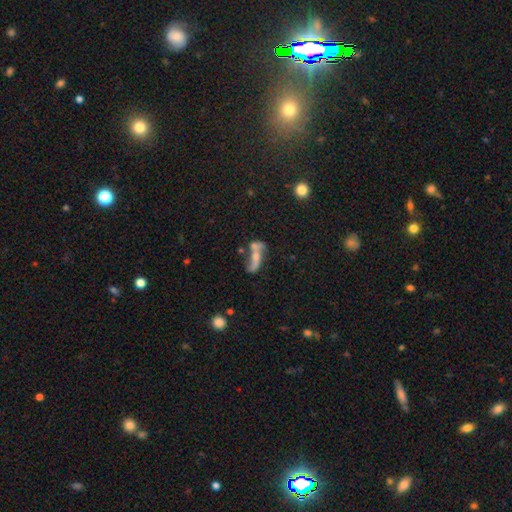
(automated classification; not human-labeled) This is likely a featured or disk galaxy (63%). It is clearly not viewed edge-on (83%). Bar: possibly no (60%). Spiral arm pattern: likely yes (70%). Central bulge: marginally small (41%). Merging: marginally none (36%).